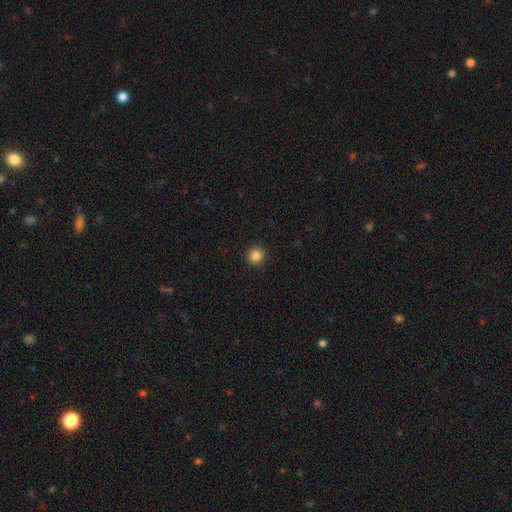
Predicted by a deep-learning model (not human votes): Smooth or featured: smooth — 85% (star or artifact — 11%)
How rounded: round — 96% (in between — 3%)
Merging: none — 93% (minor disturbance — 4%)